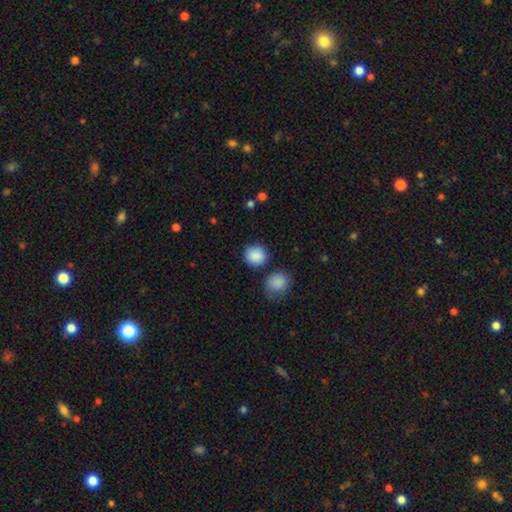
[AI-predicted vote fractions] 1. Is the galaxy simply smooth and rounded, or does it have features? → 89% smooth, 7% star or artifact, 4% featured or disk.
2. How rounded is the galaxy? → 86% round, 13% in between, 1% cigar-shaped.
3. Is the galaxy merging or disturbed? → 81% none, 10% minor disturbance, 6% merger, 3% major disturbance.